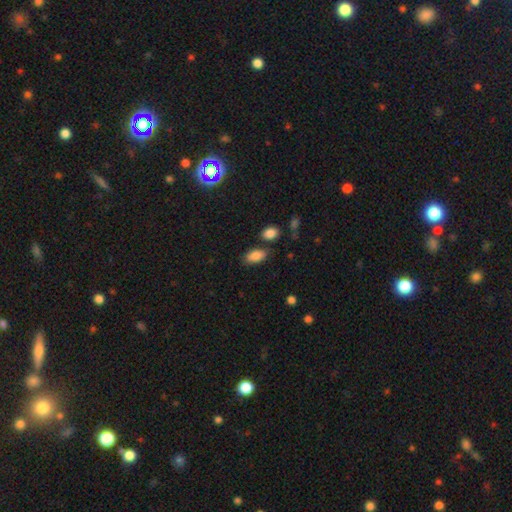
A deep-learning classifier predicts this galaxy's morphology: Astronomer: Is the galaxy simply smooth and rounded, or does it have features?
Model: smooth — 86%.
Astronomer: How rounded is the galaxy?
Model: in between — 92%.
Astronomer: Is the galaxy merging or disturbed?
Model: none — 74%.